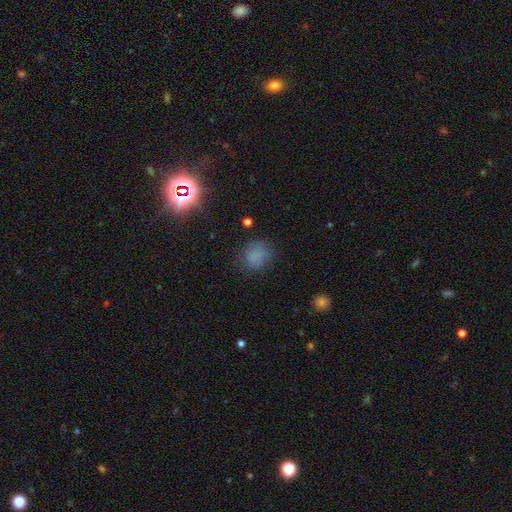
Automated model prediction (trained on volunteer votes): This appears to be a smooth galaxy with no disk features (68%) that is round (61%). Merging: none (67%).